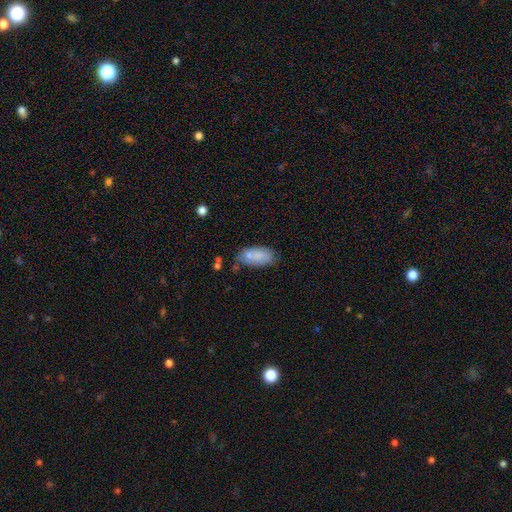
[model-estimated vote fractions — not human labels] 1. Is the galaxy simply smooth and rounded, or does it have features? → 78% smooth, 15% featured or disk, 8% star or artifact.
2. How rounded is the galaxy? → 92% in between, 5% cigar-shaped, 3% round.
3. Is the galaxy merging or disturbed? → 55% none, 25% minor disturbance, 12% merger, 8% major disturbance.